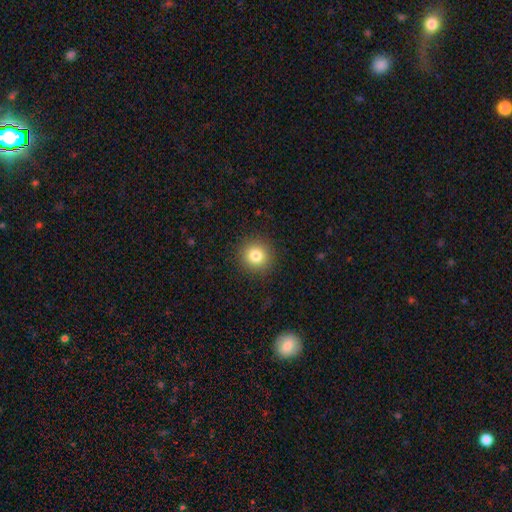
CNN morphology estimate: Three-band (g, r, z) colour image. It shows a smooth galaxy with no disk features (81%) that is round (92%). Merging: none (90%).